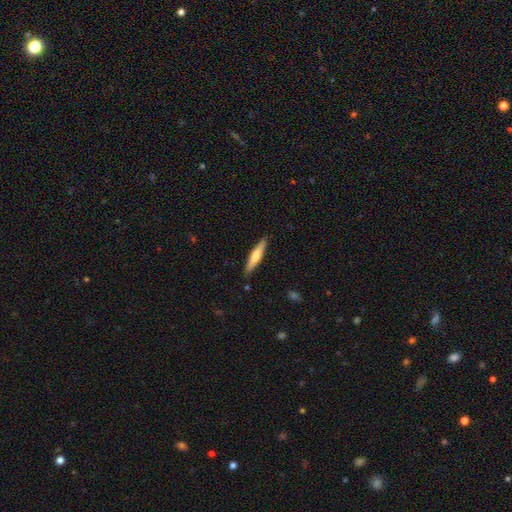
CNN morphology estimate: Smooth or featured? smooth (54%)
How rounded? cigar-shaped (87%)
Merging? none (89%)